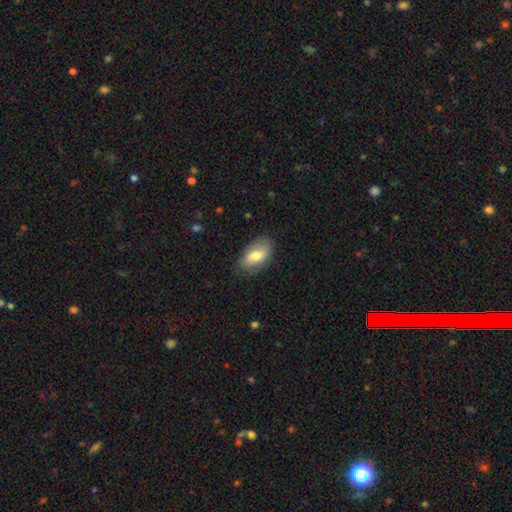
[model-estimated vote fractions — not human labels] Overall: smooth (66%; featured or disk 27%). How rounded: in between (92%). Merging: none (80%).